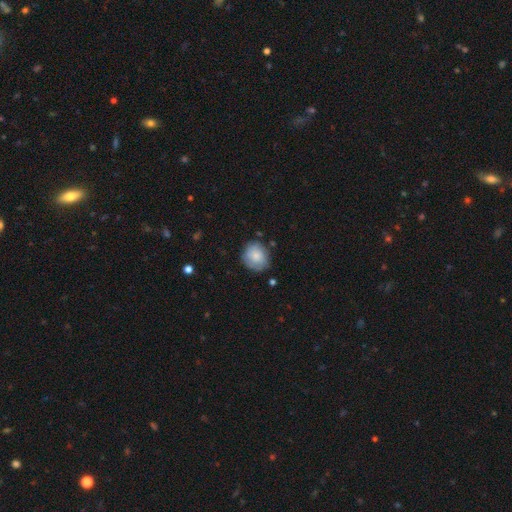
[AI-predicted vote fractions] A smooth galaxy with no disk features (80%) that is round (74%). Merging: none (74%).